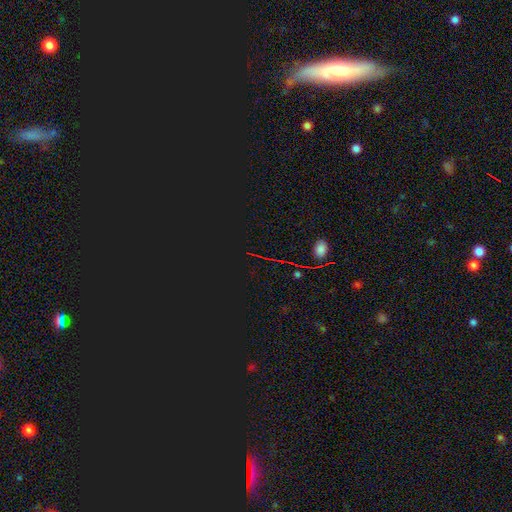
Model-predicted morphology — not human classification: Smooth or featured?
  - star or artifact: 80% *
  - smooth: 12%
  - featured or disk: 8%